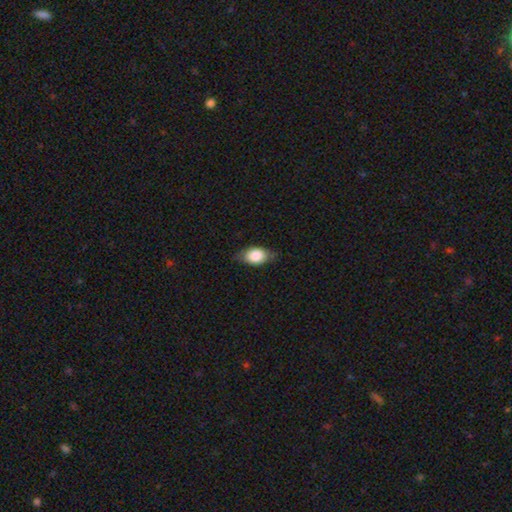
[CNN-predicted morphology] Q: Smooth or featured?
A: smooth (76%); runner-up: featured or disk (16%)
Q: How rounded?
A: in between (82%); runner-up: round (15%)
Q: Merging?
A: none (73%); runner-up: minor disturbance (21%)